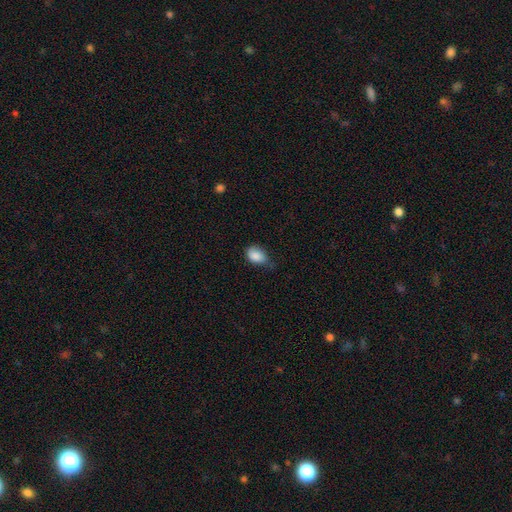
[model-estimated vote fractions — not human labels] smooth_or_featured: smooth (p=0.87) [alt: star or artifact p=0.08]
how_rounded: in between (p=0.81) [alt: round p=0.17]
merging: none (p=0.53) [alt: minor disturbance p=0.38]